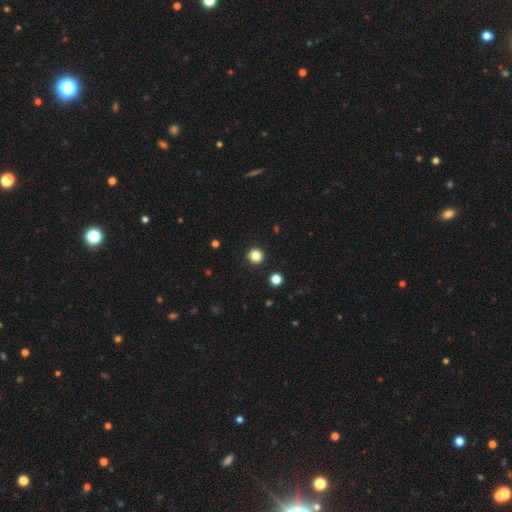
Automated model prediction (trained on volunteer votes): Smooth or featured?
  - smooth: 84% *
  - star or artifact: 12%
  - featured or disk: 4%
How rounded?
  - round: 96% *
  - in between: 3%
  - cigar-shaped: 1%
Merging?
  - none: 94% *
  - minor disturbance: 4%
  - major disturbance: 1%
  - merger: 1%